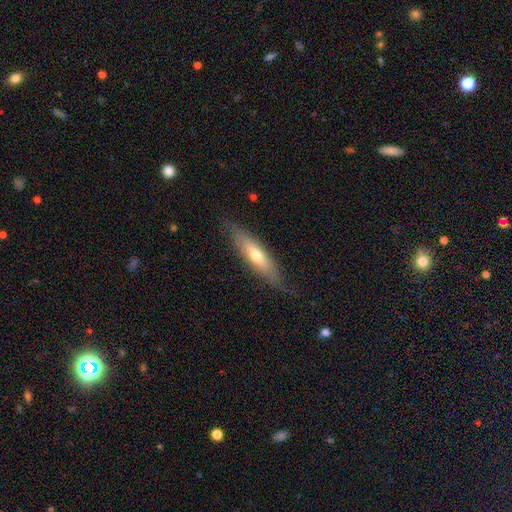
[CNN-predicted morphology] Overall: smooth (48%; featured or disk 46%). Merging: none (76%).